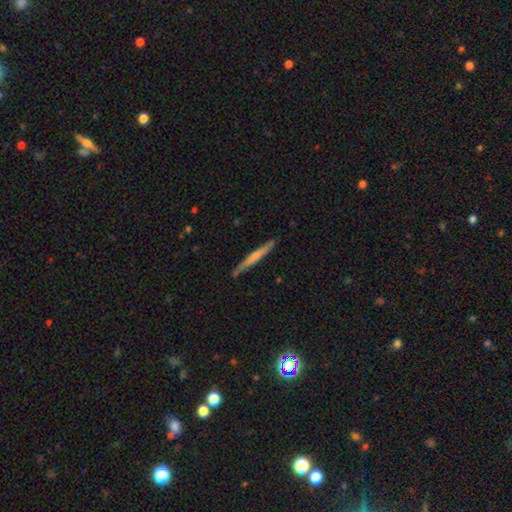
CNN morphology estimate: featured or disk 59%, smooth 33%, star or artifact 8%. Down the decision tree: edge-on disk — yes (97%); edge-on bulge — none (48%); merging — none (91%).